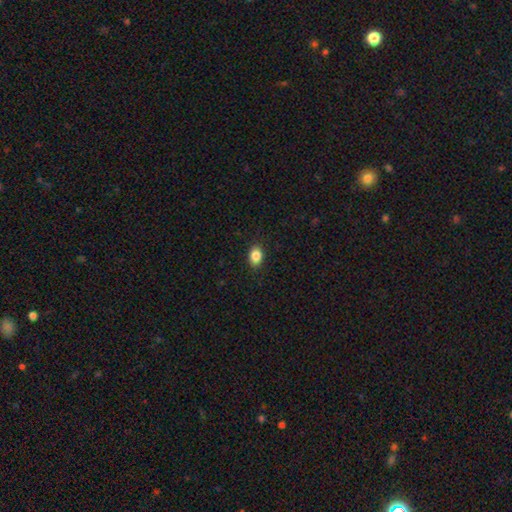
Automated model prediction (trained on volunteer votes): smooth-or-featured: smooth: 87% | star or artifact: 9% | featured or disk: 4%
  how-rounded: in between: 77% | round: 22% | cigar-shaped: 1%
  merging: none: 89% | minor disturbance: 8% | major disturbance: 2% | merger: 1%